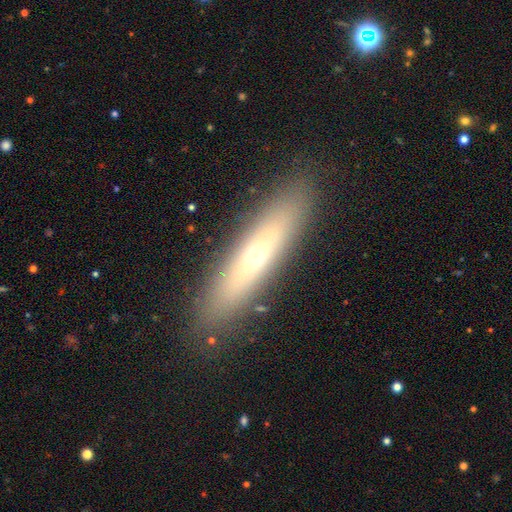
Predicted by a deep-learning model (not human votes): Smooth or featured: smooth — 52% (featured or disk — 39%)
How rounded: cigar-shaped — 78% (in between — 20%)
Merging: none — 87% (minor disturbance — 8%)